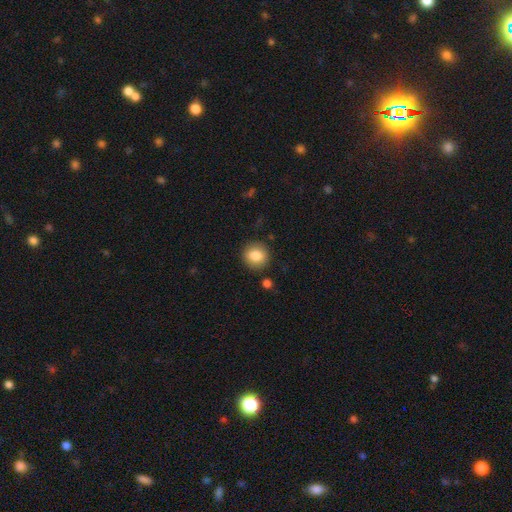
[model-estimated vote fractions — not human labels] A smooth galaxy with no disk features (84%) that is round (85%). Merging: none (88%).